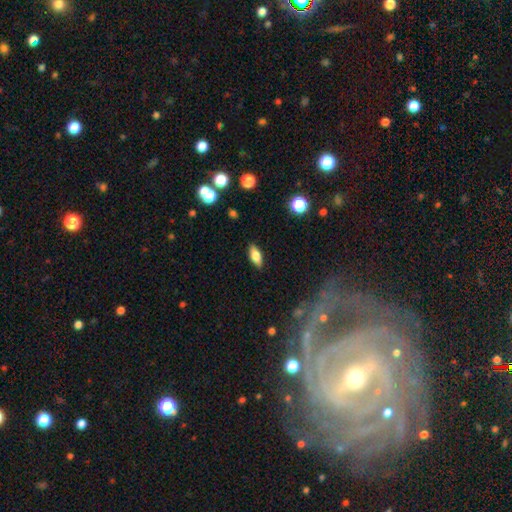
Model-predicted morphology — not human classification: Overall: smooth (71%). How rounded: in between (77%). Merging: none (87%).